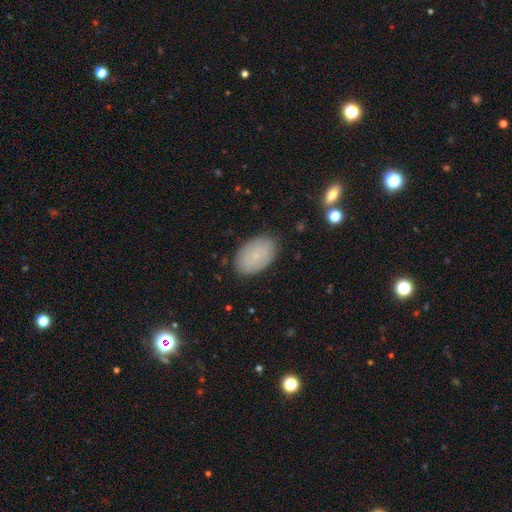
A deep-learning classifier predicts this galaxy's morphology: Smooth or featured? Predicted: smooth (p=0.75). How rounded? Predicted: in between (p=0.91). Merging? Predicted: none (p=0.84).